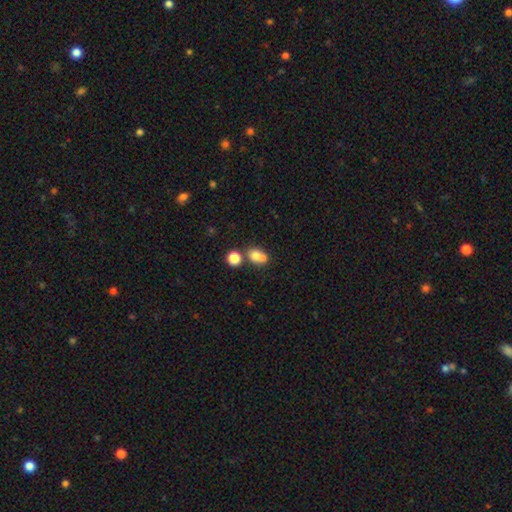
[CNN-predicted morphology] This appears to be a smooth galaxy with no disk features (74%) that is round (66%). Merging: merger (50%).